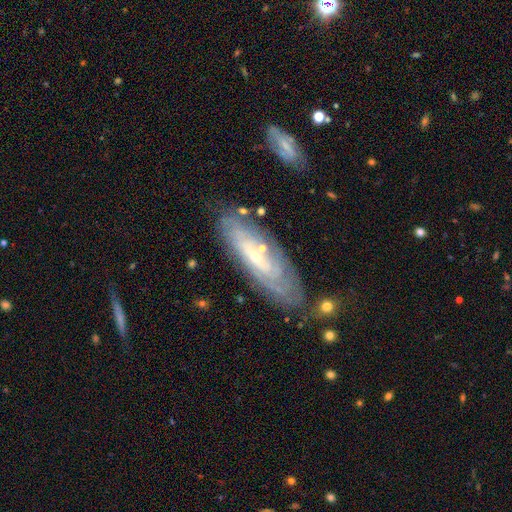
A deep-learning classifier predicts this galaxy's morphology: type=featured or disk (71%); edge-on=no (77%); bar=no (58%); spiral arms=yes (81%); bulge=small (71%); merging=none (73%).